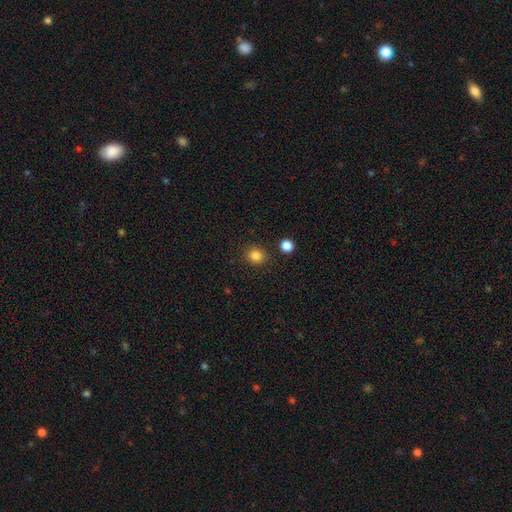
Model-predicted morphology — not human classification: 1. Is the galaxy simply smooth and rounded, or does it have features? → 84% smooth, 12% star or artifact, 4% featured or disk.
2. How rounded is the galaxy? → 84% round, 15% in between, 1% cigar-shaped.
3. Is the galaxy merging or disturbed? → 87% none, 7% minor disturbance, 3% merger, 2% major disturbance.